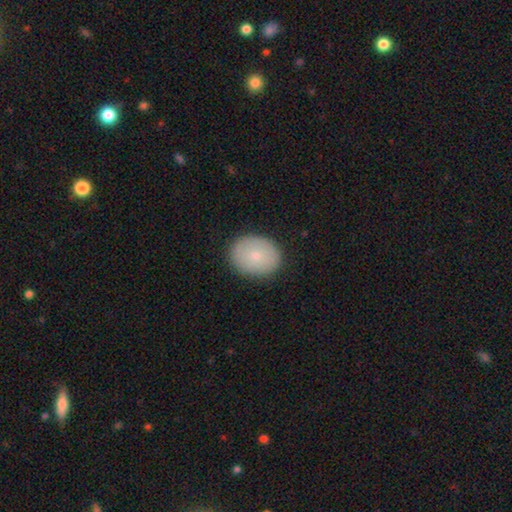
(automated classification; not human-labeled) smooth 79%, featured or disk 14%, star or artifact 7%. Down the decision tree: how rounded — in between (57%); merging — none (87%).